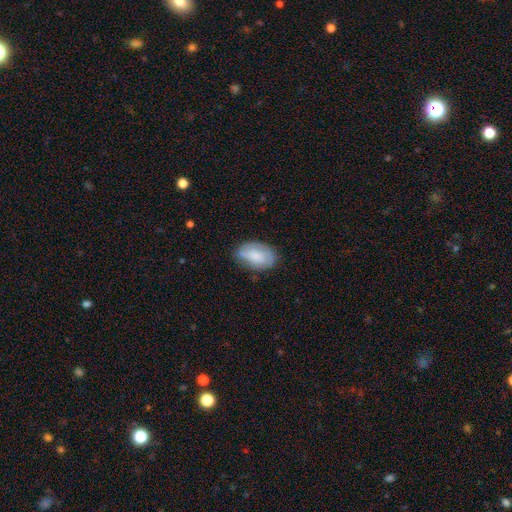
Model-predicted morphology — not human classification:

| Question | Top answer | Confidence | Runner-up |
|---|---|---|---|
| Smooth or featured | smooth | 69% | featured or disk (24%) |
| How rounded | in between | 91% | round (7%) |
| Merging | none | 67% | minor disturbance (25%) |